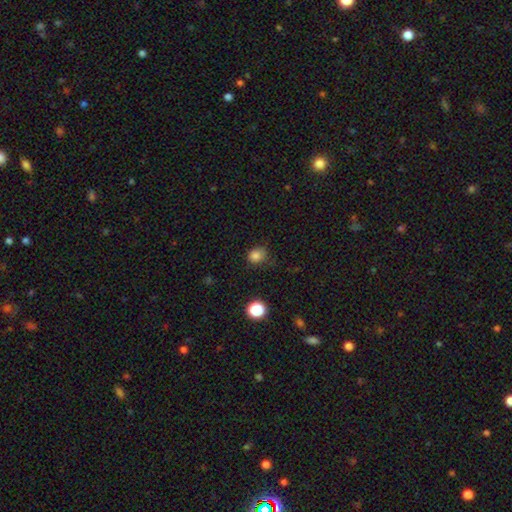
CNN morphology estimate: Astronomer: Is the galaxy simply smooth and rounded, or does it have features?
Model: smooth — 81%.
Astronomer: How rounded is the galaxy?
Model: round — 69%.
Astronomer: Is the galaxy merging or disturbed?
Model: none — 72%.